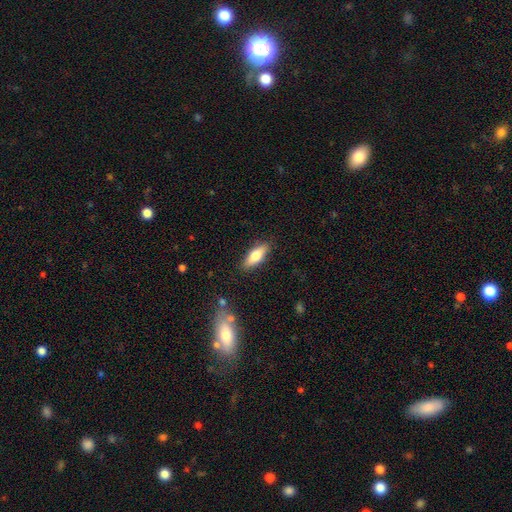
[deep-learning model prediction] Smooth or featured? smooth (68%)
How rounded? in between (60%)
Merging? none (86%)